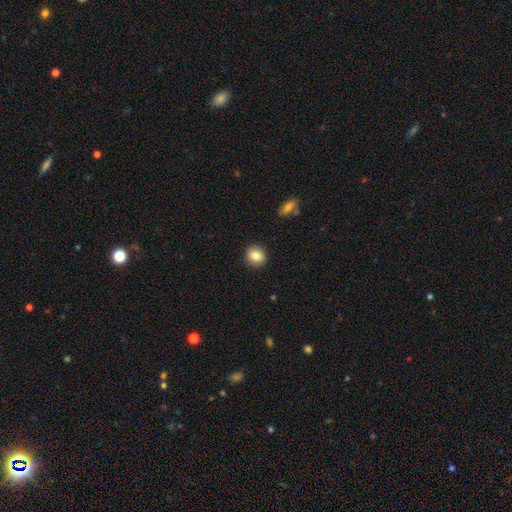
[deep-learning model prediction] smooth 85%, star or artifact 9%, featured or disk 6%. Down the decision tree: how rounded — round (82%); merging — none (91%).